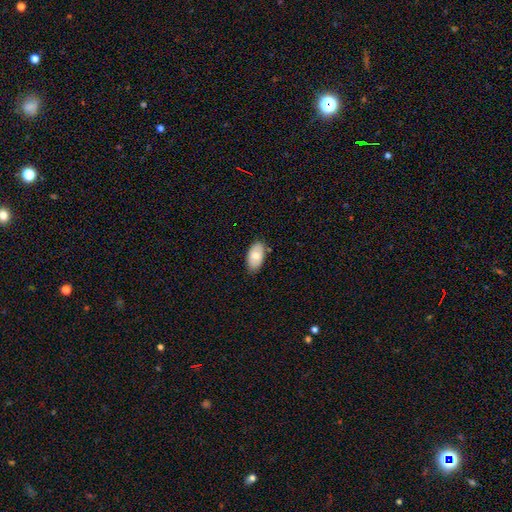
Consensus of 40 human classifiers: Smooth or featured: smooth — 82% (featured or disk — 12%)
How rounded: in between — 94% (round — 3%)
Merging: none — 79% (minor disturbance — 16%)